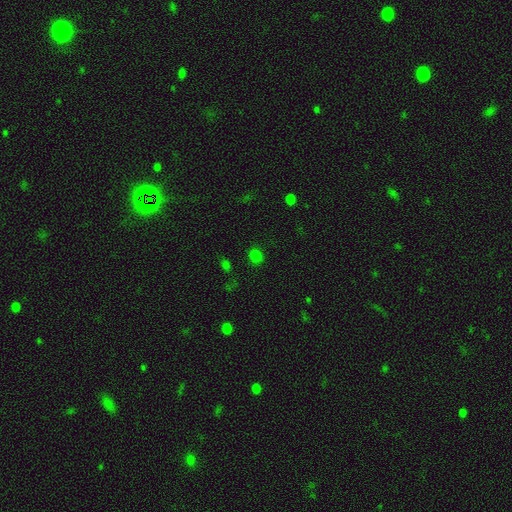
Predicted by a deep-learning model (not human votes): smooth 76%, star or artifact 20%, featured or disk 4%. Down the decision tree: how rounded — round (68%); merging — none (87%).